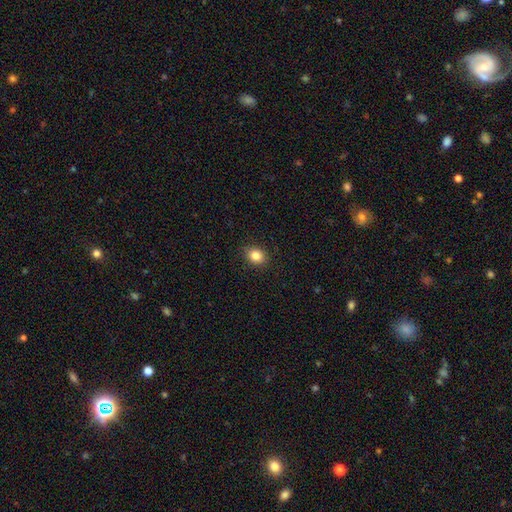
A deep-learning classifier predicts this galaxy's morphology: type=smooth (84%); roundness=round (50%); merging=none (89%).